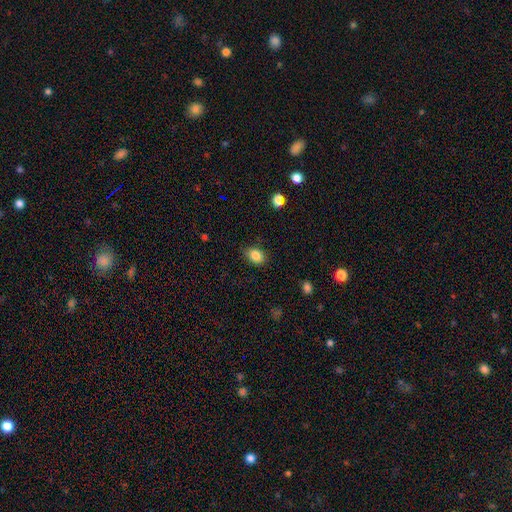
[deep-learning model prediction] smooth-or-featured: smooth: 86% | star or artifact: 9% | featured or disk: 5%
  how-rounded: in between: 69% | round: 30% | cigar-shaped: 1%
  merging: none: 81% | minor disturbance: 15% | major disturbance: 3% | merger: 1%